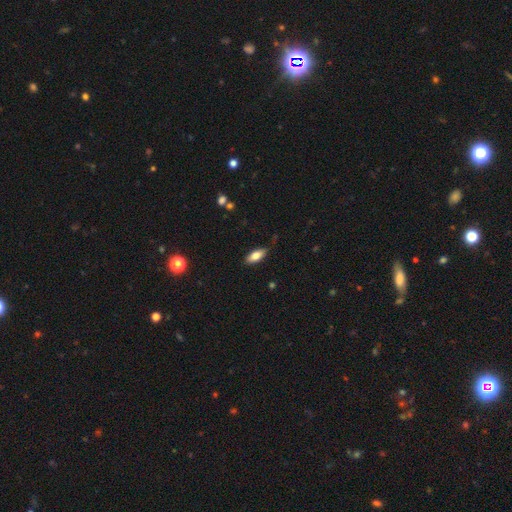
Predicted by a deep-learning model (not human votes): Smooth or featured? Predicted: smooth (p=0.77). How rounded? Predicted: in between (p=0.80). Merging? Predicted: none (p=0.81).